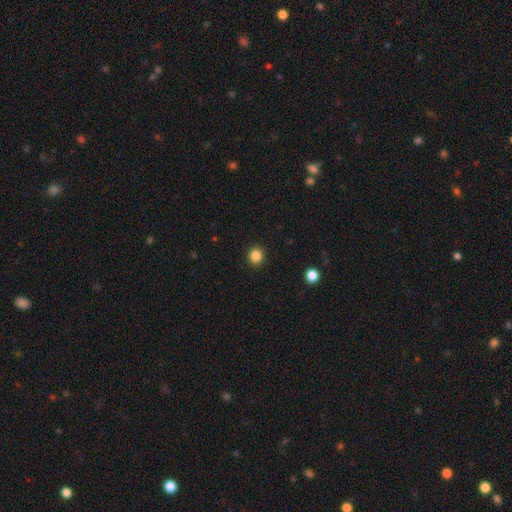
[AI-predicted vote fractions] smooth 85%, star or artifact 11%, featured or disk 3%. Down the decision tree: how rounded — round (89%); merging — none (92%).